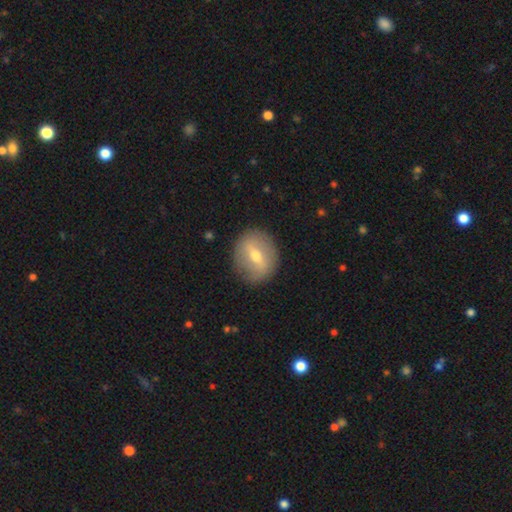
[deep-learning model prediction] This appears to be a featured or disk galaxy (52%). Merging: none (85%).